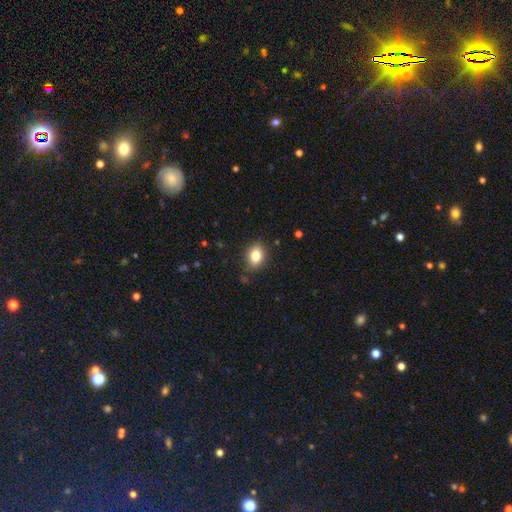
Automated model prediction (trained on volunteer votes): Morphology: type=smooth (82%); roundness=in between (63%); merging=none (84%).